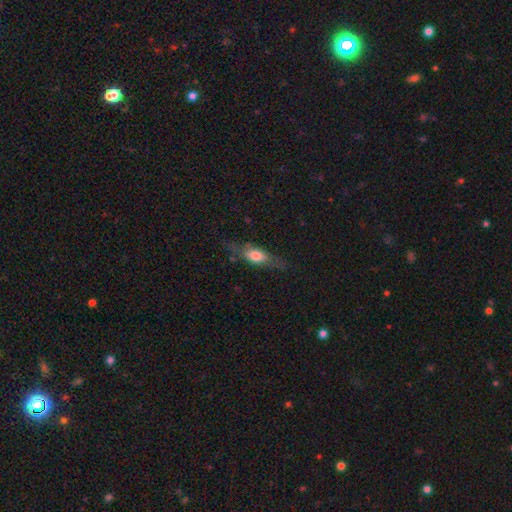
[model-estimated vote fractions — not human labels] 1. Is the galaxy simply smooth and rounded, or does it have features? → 57% smooth, 35% featured or disk, 8% star or artifact.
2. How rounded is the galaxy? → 58% in between, 37% cigar-shaped, 5% round.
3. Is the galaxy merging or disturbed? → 64% none, 23% minor disturbance, 11% major disturbance, 2% merger.